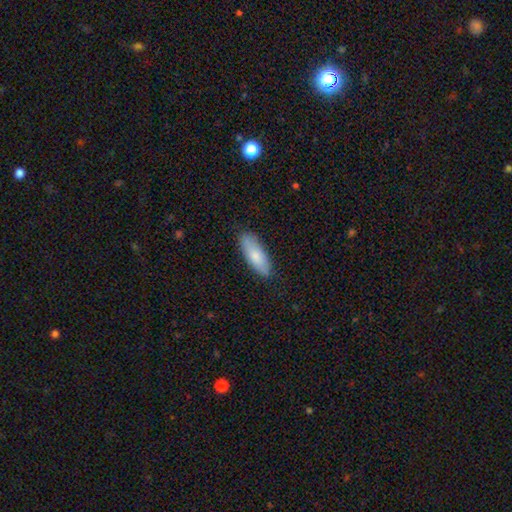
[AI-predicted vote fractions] The model was most divided on "how rounded": in between: 66%, cigar-shaped: 32%, round: 2%. More confident: merging — none (84%); smooth or featured — smooth (81%).